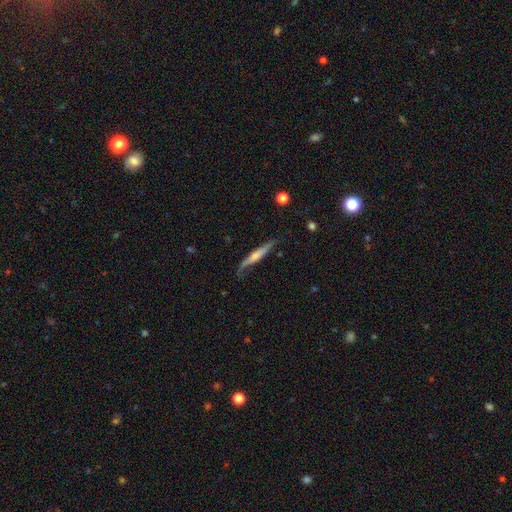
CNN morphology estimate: smooth-or-featured: featured or disk: 57% | smooth: 37% | star or artifact: 5%
  disk-edge-on: yes: 86% | no: 14%
  merging: none: 61% | minor disturbance: 27% | major disturbance: 10% | merger: 3%